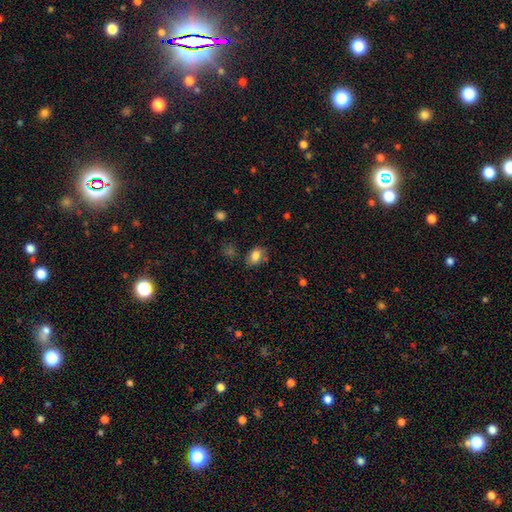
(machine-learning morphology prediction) A smooth galaxy with no disk features (82%) that is in between round and cigar-shaped (76%).

Vote fractions:
- Smooth or featured? smooth: 82% / star or artifact: 10% / featured or disk: 8%
- How rounded? in between: 76% / round: 22% / cigar-shaped: 1%
- Merging? none: 69% / minor disturbance: 19% / merger: 6% / major disturbance: 6%